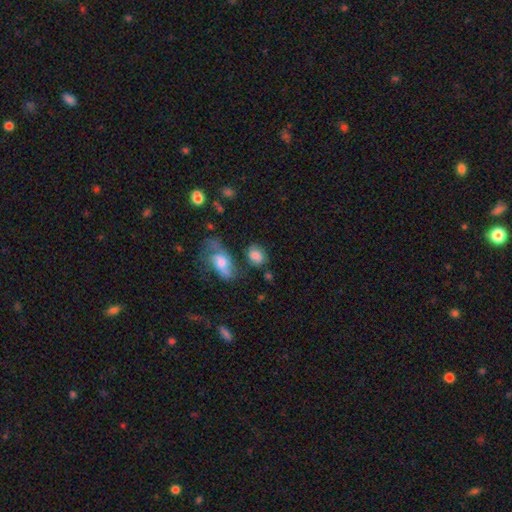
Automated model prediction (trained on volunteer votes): smooth_or_featured: smooth (p=0.73) [alt: featured or disk p=0.17]
how_rounded: in between (p=0.61) [alt: round p=0.37]
merging: none (p=0.57) [alt: minor disturbance p=0.21]